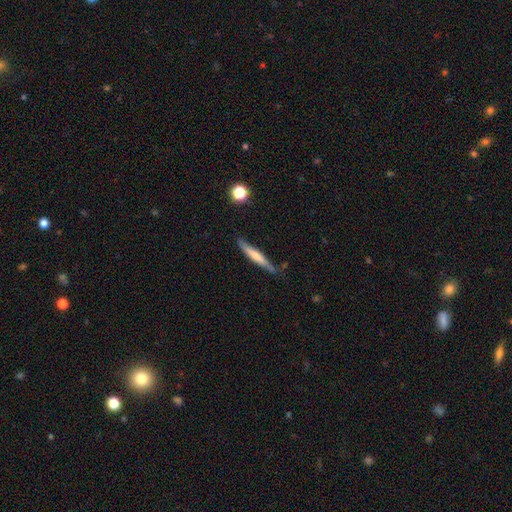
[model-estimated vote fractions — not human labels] Morphology: type=smooth (55%); roundness=cigar-shaped (94%); merging=none (77%).